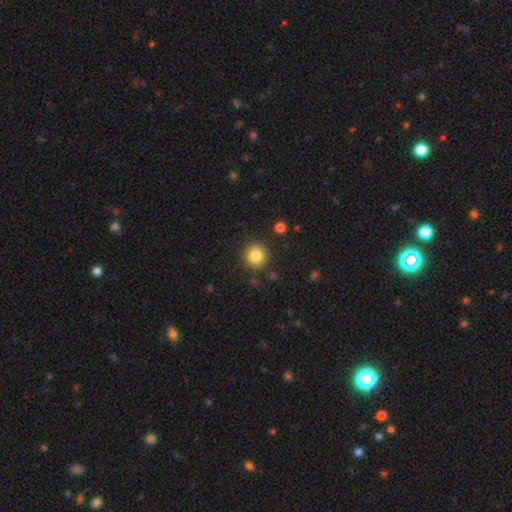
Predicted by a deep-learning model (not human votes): This appears to be a smooth galaxy with no disk features (83%) that is round (92%). Merging: none (87%).